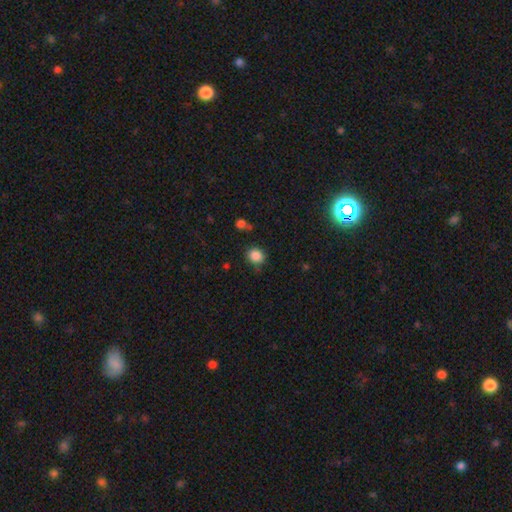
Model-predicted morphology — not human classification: Overall: smooth (85%). How rounded: round (73%). Merging: none (77%).